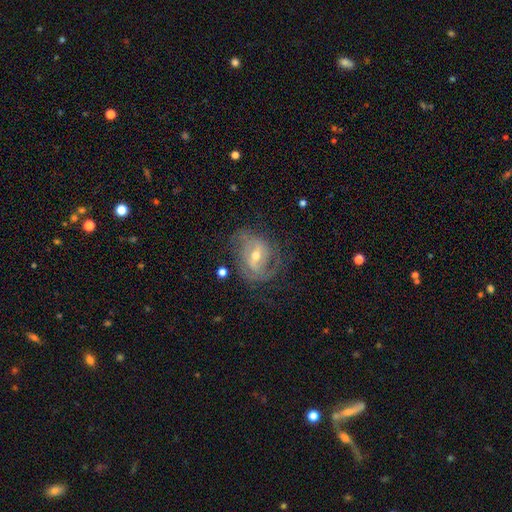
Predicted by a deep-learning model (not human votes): This appears to be a featured or disk galaxy (81%) with a weak bar (46%), 2 (52%) medium (41%) spiral arms (88%) and a moderate central bulge (54%). Merging: none (59%).